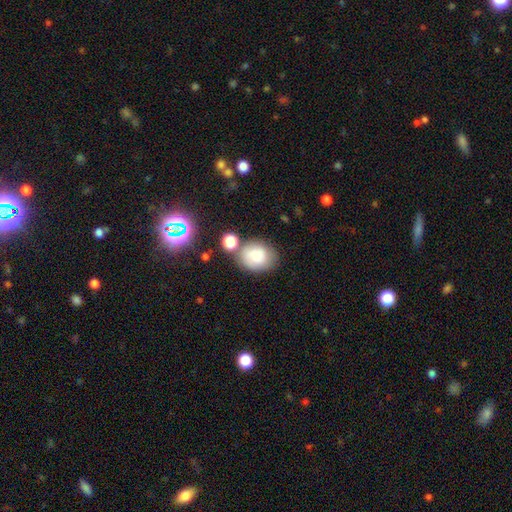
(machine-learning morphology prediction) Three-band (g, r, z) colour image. It shows a smooth galaxy with no disk features (76%) that is round (55%). Merging: none (56%).